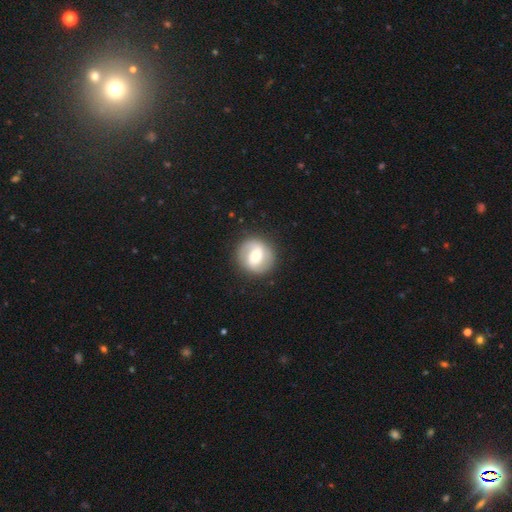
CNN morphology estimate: featured or disk 61%, smooth 32%, star or artifact 6%. Down the decision tree: edge-on disk — no (97%); bar — weak (43%); spiral arms — yes (79%); bulge size — moderate (60%); merging — none (88%).